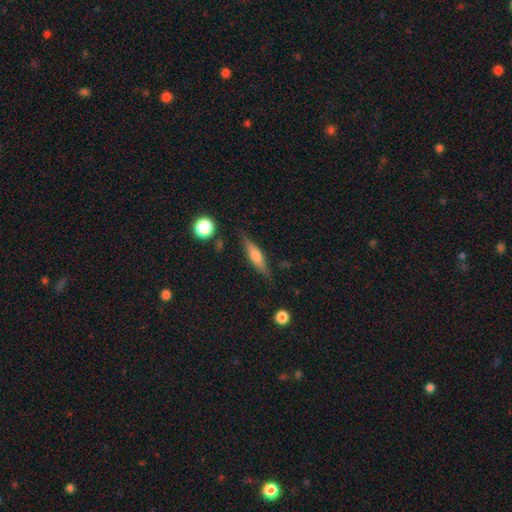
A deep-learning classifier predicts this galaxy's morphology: smooth-or-featured: smooth: 46% (tied) | featured or disk: 46% (tied) | star or artifact: 8%
  merging: none: 83% | minor disturbance: 12% | major disturbance: 3% | merger: 2%